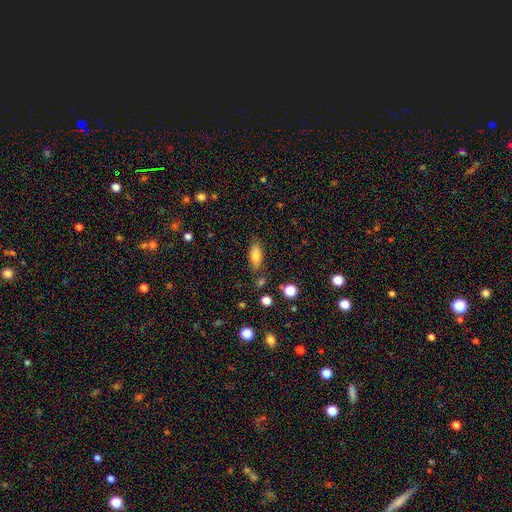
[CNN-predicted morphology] A smooth galaxy with no disk features (79%) that is in between round and cigar-shaped (76%). Merging: none (75%).